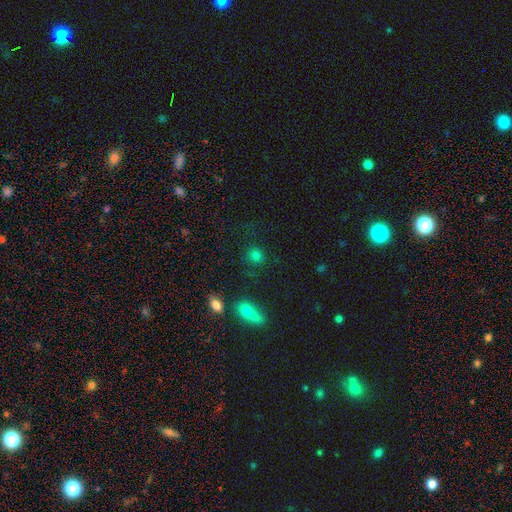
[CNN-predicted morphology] A smooth galaxy with no disk features (78%) that is round (79%). Merging: none (73%).